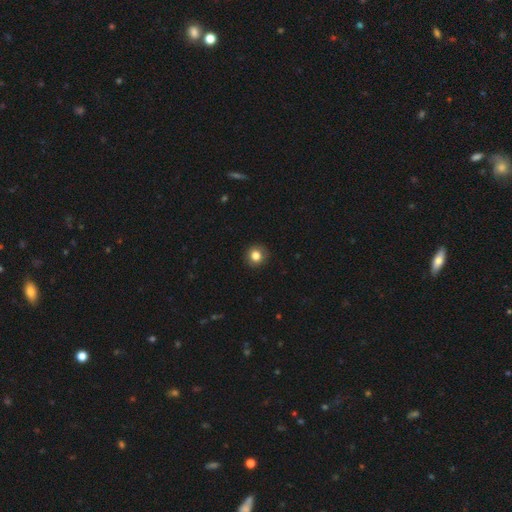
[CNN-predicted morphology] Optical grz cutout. It shows a smooth galaxy with no disk features (82%) that is round (90%). Merging: none (90%).